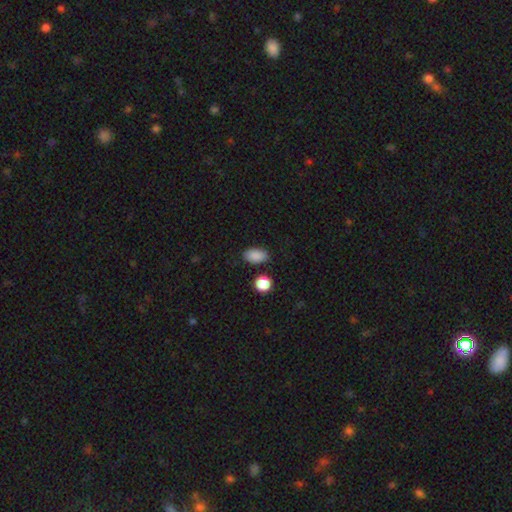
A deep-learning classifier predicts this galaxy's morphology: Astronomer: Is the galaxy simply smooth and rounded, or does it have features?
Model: smooth — 87%.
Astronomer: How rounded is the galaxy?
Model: in between — 89%.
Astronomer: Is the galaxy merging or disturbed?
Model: none — 84%.